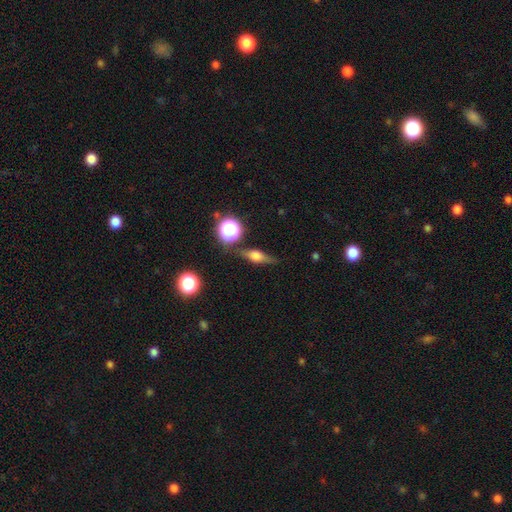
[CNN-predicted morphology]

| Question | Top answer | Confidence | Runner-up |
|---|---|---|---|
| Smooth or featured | featured or disk | 49% | smooth (39%) |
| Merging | none | 77% | minor disturbance (16%) |